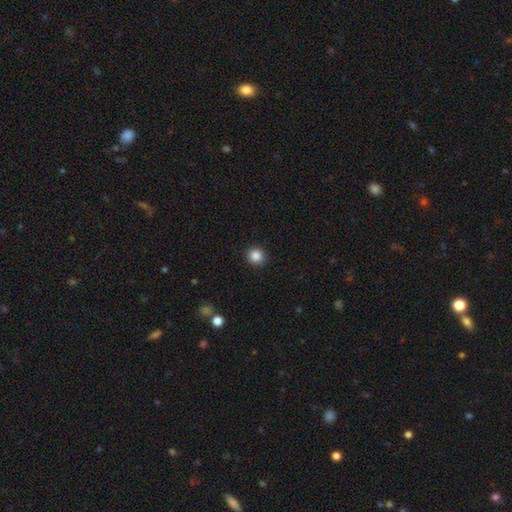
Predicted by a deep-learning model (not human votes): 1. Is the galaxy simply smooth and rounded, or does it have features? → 86% smooth, 11% star or artifact, 4% featured or disk.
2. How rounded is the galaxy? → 91% round, 8% in between, 1% cigar-shaped.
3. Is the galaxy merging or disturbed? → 91% none, 6% minor disturbance, 2% major disturbance, 1% merger.